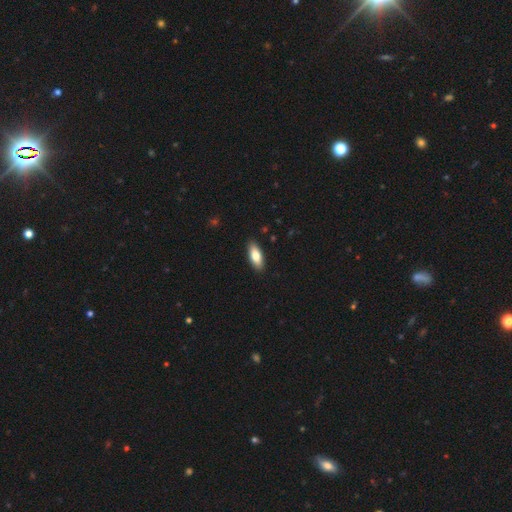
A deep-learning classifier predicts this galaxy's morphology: smooth_or_featured: smooth (p=0.81) [alt: featured or disk p=0.14]
how_rounded: in between (p=0.79) [alt: cigar-shaped p=0.19]
merging: none (p=0.89) [alt: minor disturbance p=0.08]